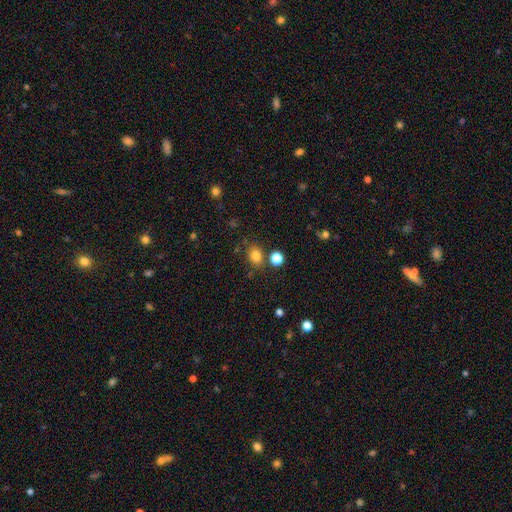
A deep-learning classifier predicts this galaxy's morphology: smooth 81%, star or artifact 13%, featured or disk 6%. Down the decision tree: how rounded — in between (52%); merging — none (77%).